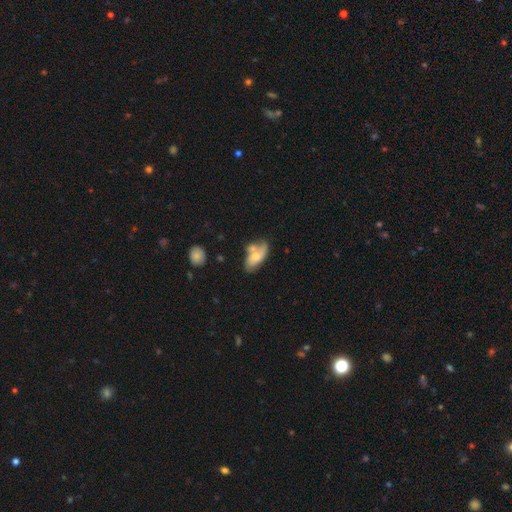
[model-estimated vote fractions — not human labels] This is possibly a smooth galaxy (51%). How rounded: clearly in between (88%). Merging: marginally none (38%).